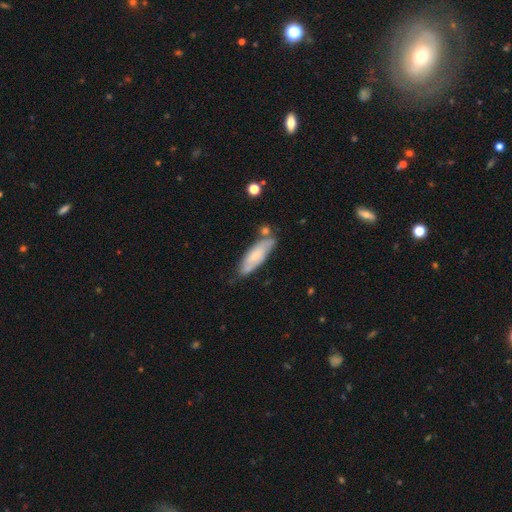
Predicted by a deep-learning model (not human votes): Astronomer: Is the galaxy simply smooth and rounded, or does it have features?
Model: smooth — 50% (runner-up: featured or disk, 44%).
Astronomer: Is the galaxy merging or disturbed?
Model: none — 64%.